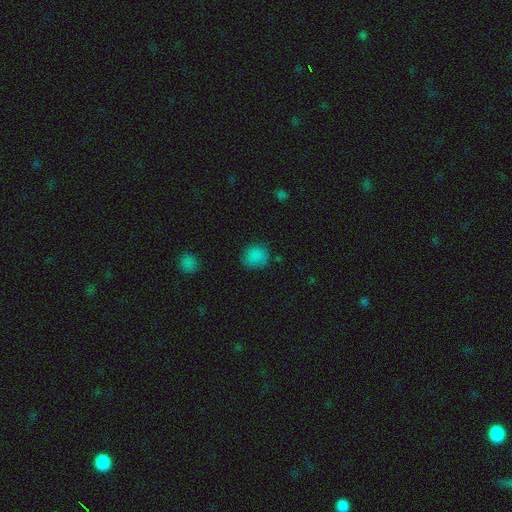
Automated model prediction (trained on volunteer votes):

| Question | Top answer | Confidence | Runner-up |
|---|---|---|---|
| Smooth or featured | smooth | 84% | star or artifact (12%) |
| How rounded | round | 79% | in between (20%) |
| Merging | none | 79% | minor disturbance (15%) |